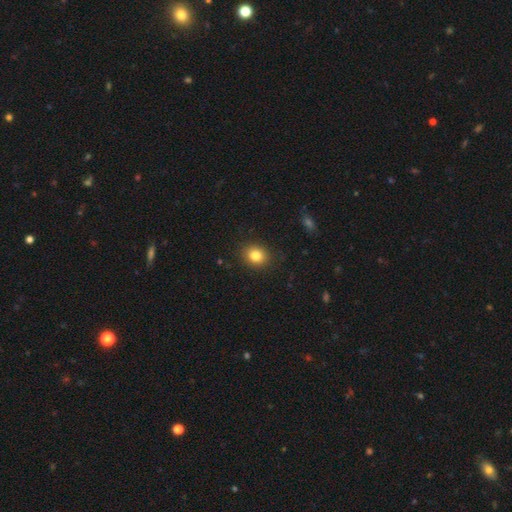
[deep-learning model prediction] A smooth galaxy with no disk features (83%) that is round (65%).

Vote fractions:
- Smooth or featured? smooth: 83% / star or artifact: 11% / featured or disk: 7%
- How rounded? round: 65% / in between: 34% / cigar-shaped: 1%
- Merging? none: 89% / minor disturbance: 8% / major disturbance: 2% / merger: 1%